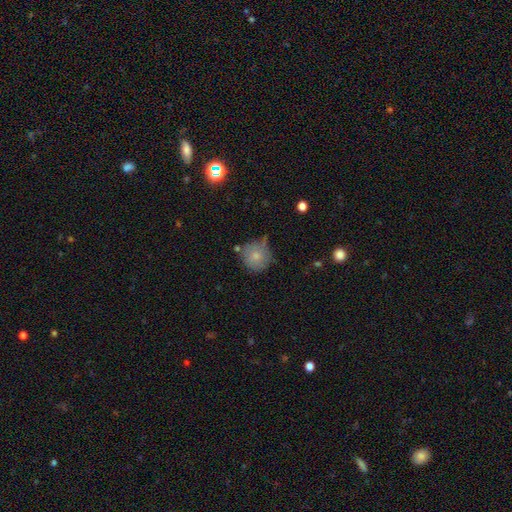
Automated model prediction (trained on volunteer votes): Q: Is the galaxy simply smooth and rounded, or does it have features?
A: smooth — 78%.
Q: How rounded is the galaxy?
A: round — 93%.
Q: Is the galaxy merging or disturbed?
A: none — 61%.